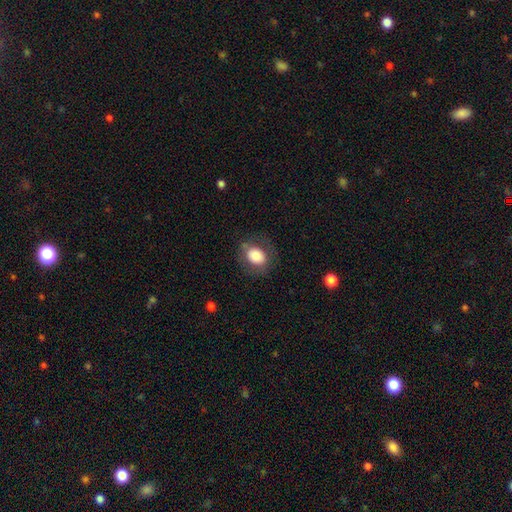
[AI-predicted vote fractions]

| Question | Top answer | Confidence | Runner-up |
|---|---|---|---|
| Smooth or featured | smooth | 77% | featured or disk (15%) |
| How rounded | in between | 54% | round (45%) |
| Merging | none | 77% | minor disturbance (14%) |